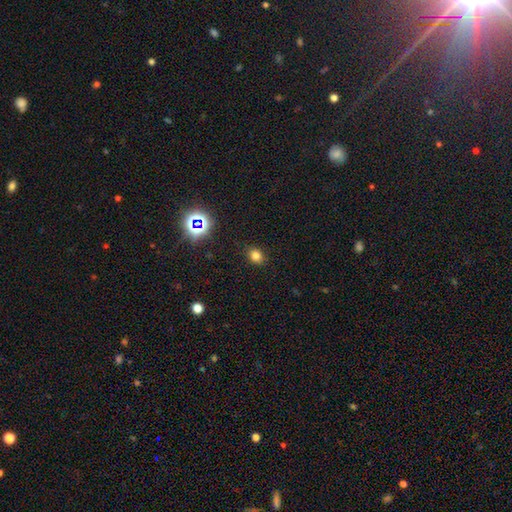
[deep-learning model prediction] Smooth or featured: smooth — 76% (star or artifact — 18%)
How rounded: round — 51% (in between — 48%)
Merging: none — 87% (minor disturbance — 9%)